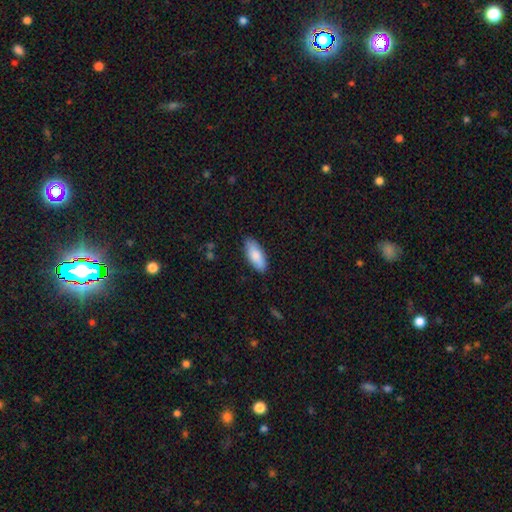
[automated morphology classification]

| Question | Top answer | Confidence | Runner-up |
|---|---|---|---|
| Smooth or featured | smooth | 83% | featured or disk (11%) |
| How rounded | in between | 82% | cigar-shaped (16%) |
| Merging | none | 85% | minor disturbance (11%) |